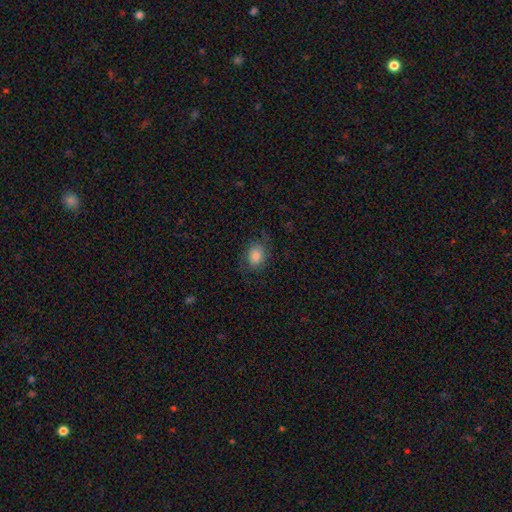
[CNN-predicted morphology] Smooth or featured: smooth — 72% (featured or disk — 18%)
How rounded: in between — 56% (round — 43%)
Merging: none — 72% (minor disturbance — 18%)